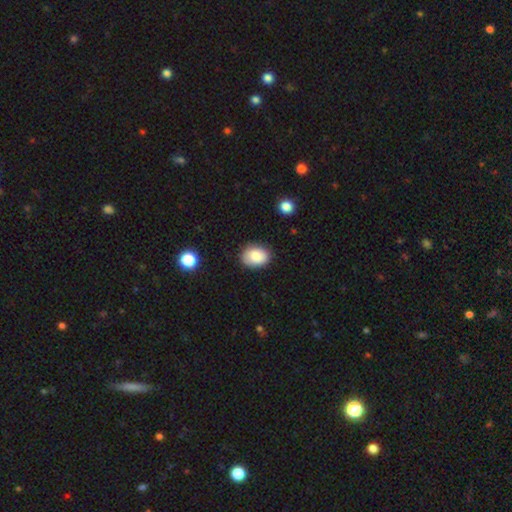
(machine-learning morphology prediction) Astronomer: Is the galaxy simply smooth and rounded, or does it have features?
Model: smooth — 86%.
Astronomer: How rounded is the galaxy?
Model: in between — 69%.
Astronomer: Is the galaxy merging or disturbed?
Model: none — 84%.